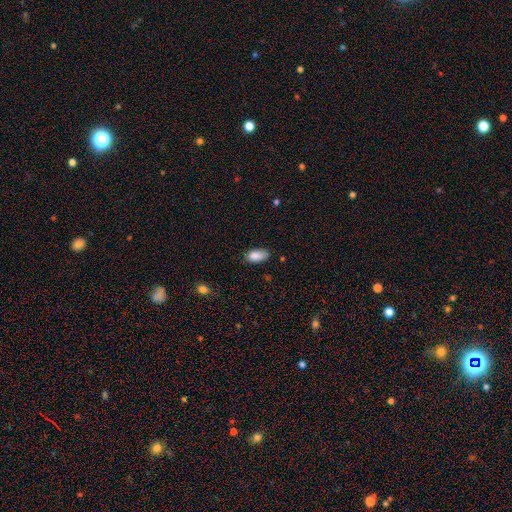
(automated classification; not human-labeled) smooth 87%, star or artifact 7%, featured or disk 6%. Down the decision tree: how rounded — in between (93%); merging — none (72%).